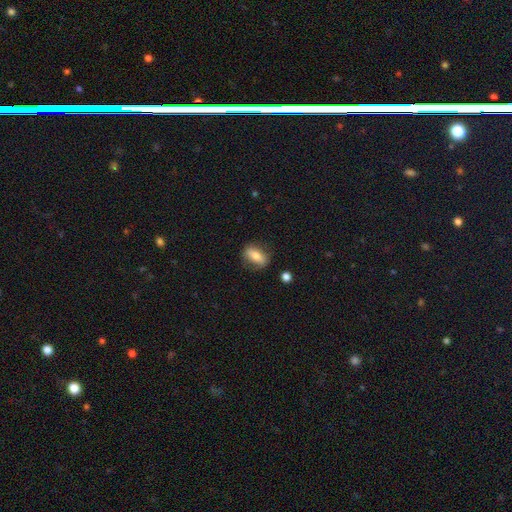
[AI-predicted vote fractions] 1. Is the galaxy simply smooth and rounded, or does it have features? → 68% smooth, 25% featured or disk, 7% star or artifact.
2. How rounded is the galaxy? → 76% in between, 14% cigar-shaped, 10% round.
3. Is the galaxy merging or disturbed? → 79% none, 15% minor disturbance, 4% major disturbance, 2% merger.